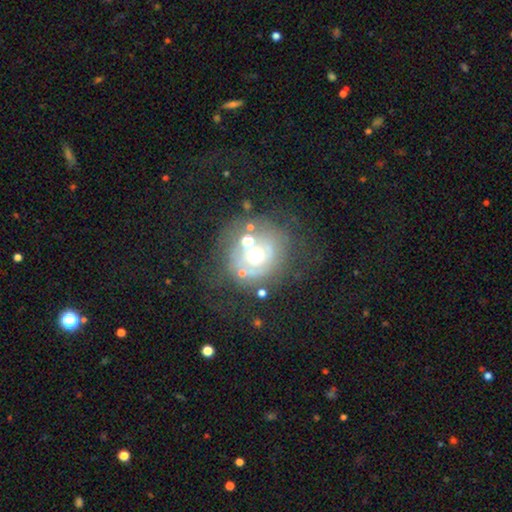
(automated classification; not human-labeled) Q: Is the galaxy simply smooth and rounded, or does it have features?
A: featured or disk — 47%.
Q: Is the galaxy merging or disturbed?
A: none — 52%.